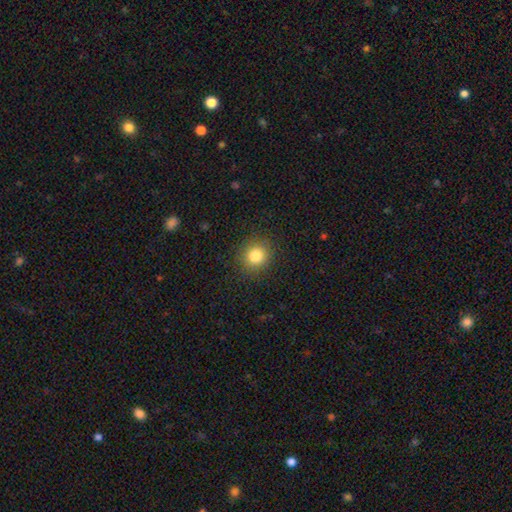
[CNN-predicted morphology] Smooth or featured? smooth (82%)
How rounded? round (86%)
Merging? none (90%)